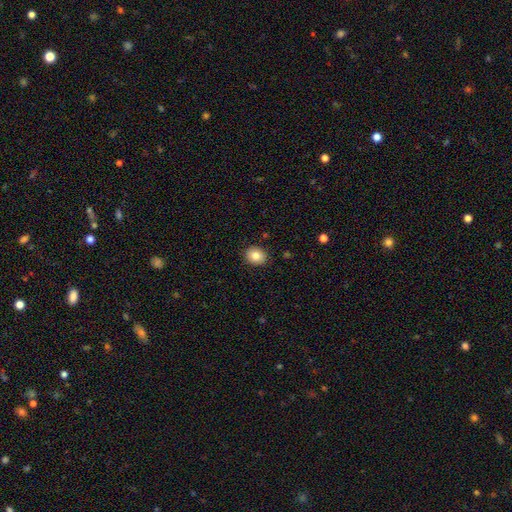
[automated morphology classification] Smooth or featured? Predicted: smooth (p=0.82). How rounded? Predicted: round (p=0.65). Merging? Predicted: none (p=0.90).